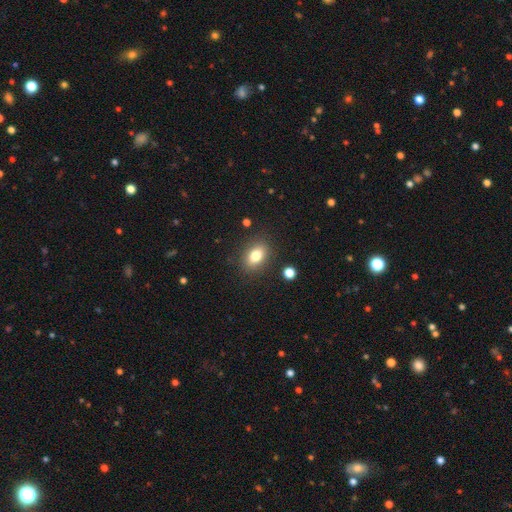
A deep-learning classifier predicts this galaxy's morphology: smooth_or_featured: smooth (p=0.79) [alt: featured or disk p=0.12]
how_rounded: in between (p=0.80) [alt: round p=0.17]
merging: none (p=0.86) [alt: minor disturbance p=0.09]